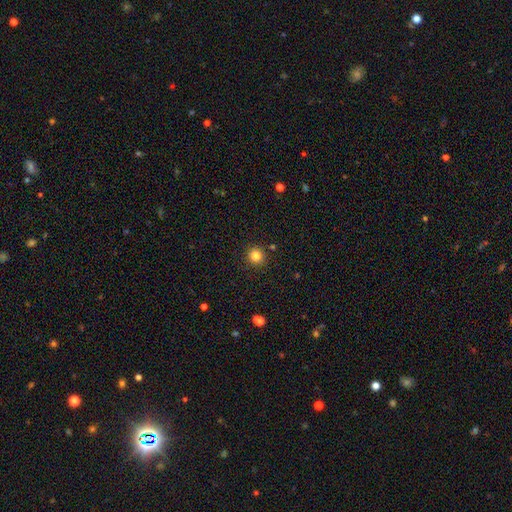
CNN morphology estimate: A smooth galaxy with no disk features (83%) that is round (94%). Merging: none (91%).